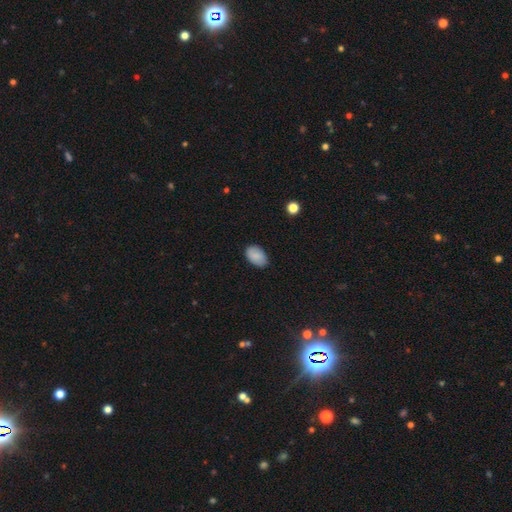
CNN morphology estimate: smooth 87%, star or artifact 7%, featured or disk 6%. Down the decision tree: how rounded — in between (90%); merging — none (80%).